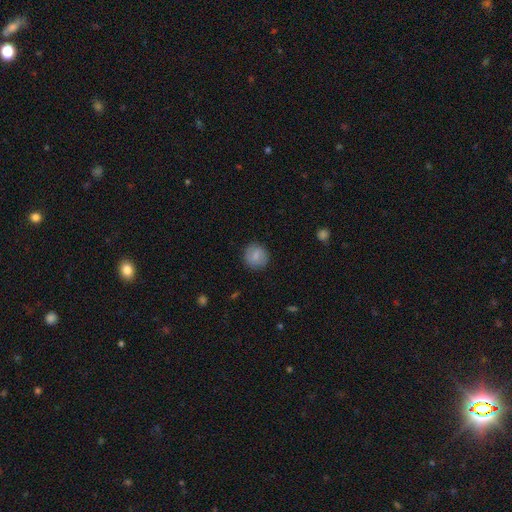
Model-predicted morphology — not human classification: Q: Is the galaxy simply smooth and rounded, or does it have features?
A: smooth — 76%.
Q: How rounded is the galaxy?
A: round — 87%.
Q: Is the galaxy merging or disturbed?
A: none — 86%.